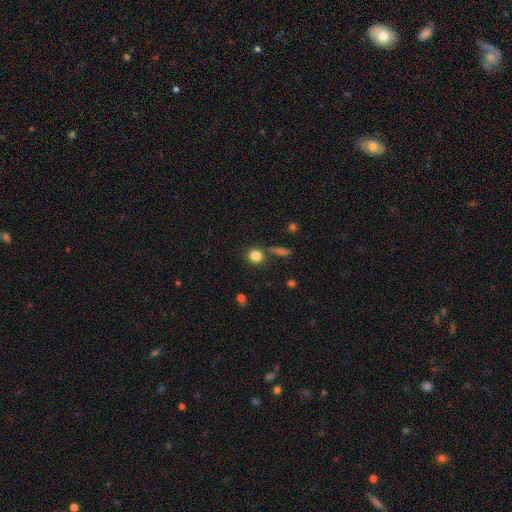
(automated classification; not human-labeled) Overall: smooth (83%). How rounded: round (85%). Merging: none (73%).